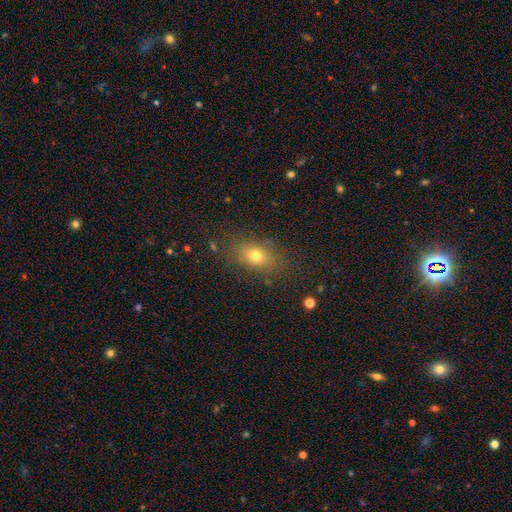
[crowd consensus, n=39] A smooth galaxy with no disk features (72%) that is in between round and cigar-shaped (75%).

Vote fractions:
- Smooth or featured? smooth: 72% / featured or disk: 18% / star or artifact: 10%
- How rounded? in between: 75% / round: 21% / cigar-shaped: 4%
- Merging? none: 89% / minor disturbance: 9% / major disturbance: 3% / merger: 0%